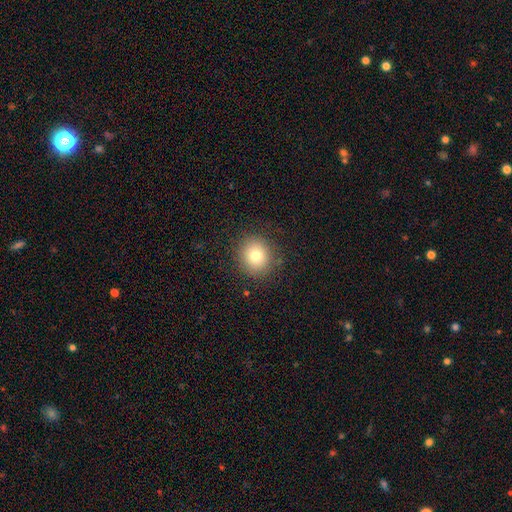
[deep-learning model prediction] This is likely a smooth galaxy (77%). How rounded: clearly round (85%). Merging: clearly none (86%).